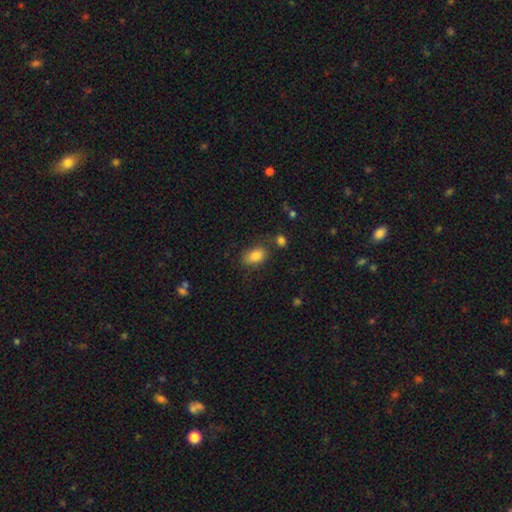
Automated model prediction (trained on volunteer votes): The model was most divided on "merging": none: 72%, minor disturbance: 16%, merger: 7%, major disturbance: 5%. More confident: how rounded — in between (89%); smooth or featured — smooth (84%).